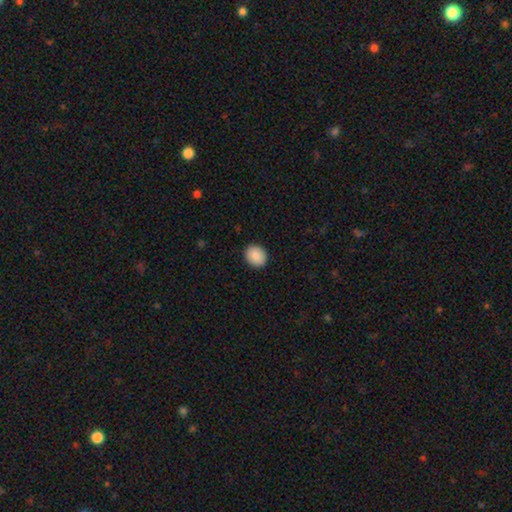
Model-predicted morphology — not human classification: Smooth or featured? smooth (87%)
How rounded? round (72%)
Merging? none (90%)